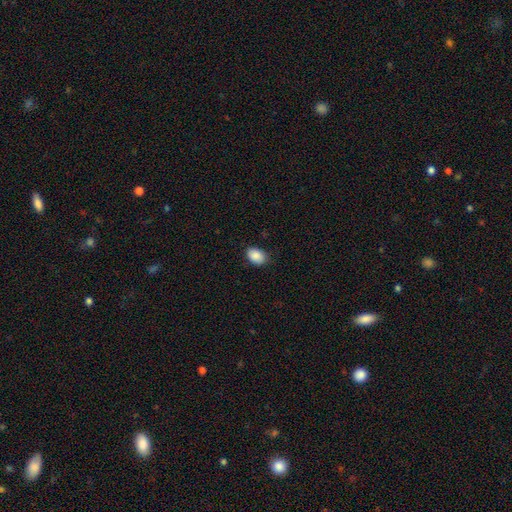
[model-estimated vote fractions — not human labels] Smooth or featured?
  - smooth: 89% *
  - star or artifact: 7%
  - featured or disk: 3%
How rounded?
  - in between: 83% *
  - round: 16%
  - cigar-shaped: 1%
Merging?
  - none: 85% *
  - minor disturbance: 12%
  - major disturbance: 2%
  - merger: 1%